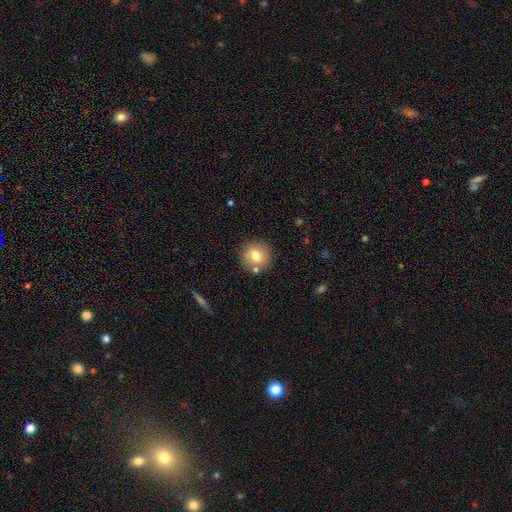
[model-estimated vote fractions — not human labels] This is likely a smooth galaxy (76%). How rounded: clearly round (91%). Merging: likely none (80%).